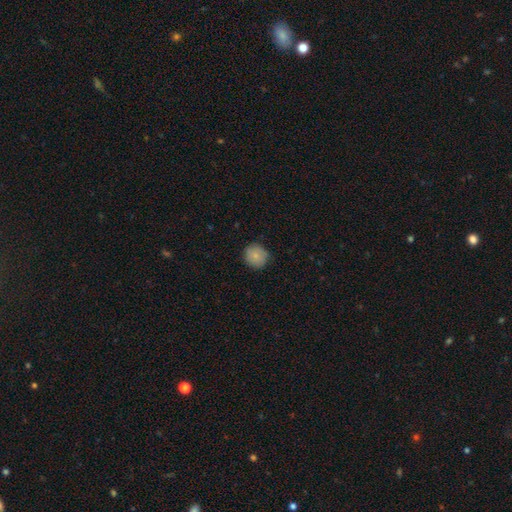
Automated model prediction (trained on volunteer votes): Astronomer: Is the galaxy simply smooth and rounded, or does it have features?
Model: smooth — 83%.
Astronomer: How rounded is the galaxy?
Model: round — 89%.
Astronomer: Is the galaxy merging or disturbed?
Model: none — 85%.